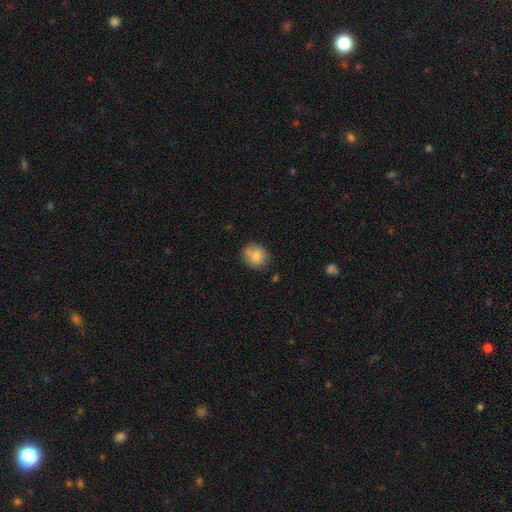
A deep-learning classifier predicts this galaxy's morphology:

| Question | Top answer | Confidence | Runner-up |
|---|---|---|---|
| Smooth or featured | smooth | 82% | featured or disk (10%) |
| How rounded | round | 74% | in between (25%) |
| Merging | none | 72% | minor disturbance (19%) |